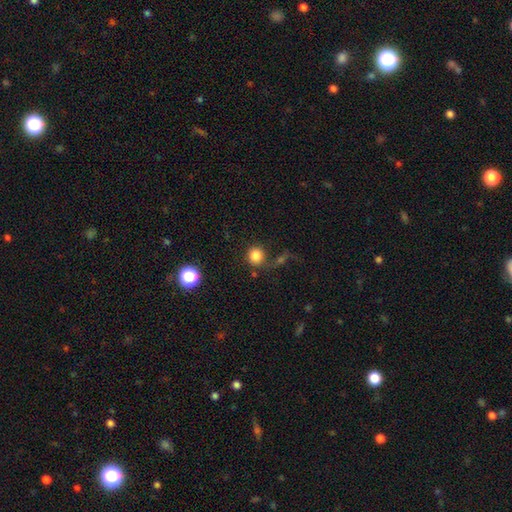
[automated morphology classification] This is clearly a smooth galaxy (83%). How rounded: clearly round (91%). Merging: likely none (73%).